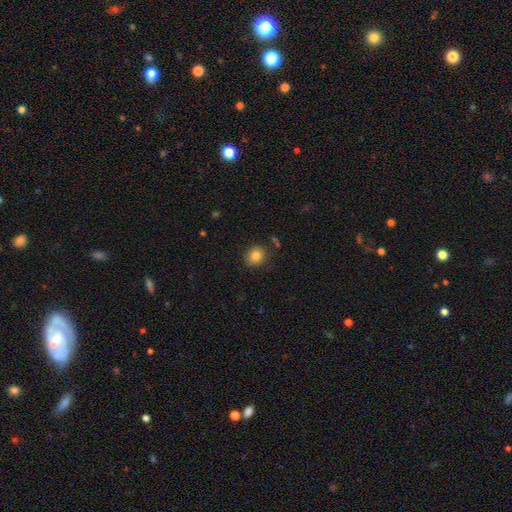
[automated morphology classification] This appears to be a smooth galaxy with no disk features (83%) that is round (76%). Merging: none (86%).